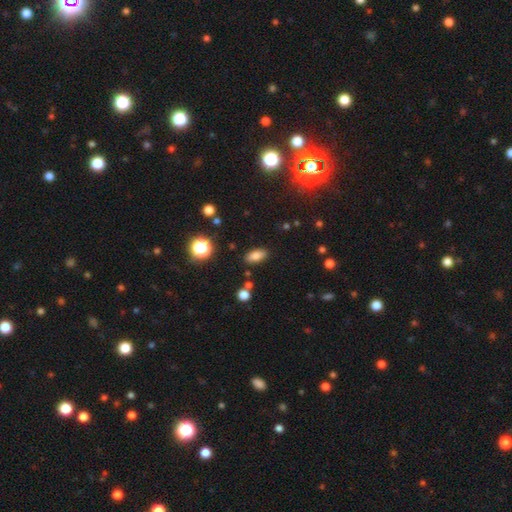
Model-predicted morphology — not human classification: This is clearly a smooth galaxy (81%). How rounded: clearly in between (87%). Merging: clearly none (86%).